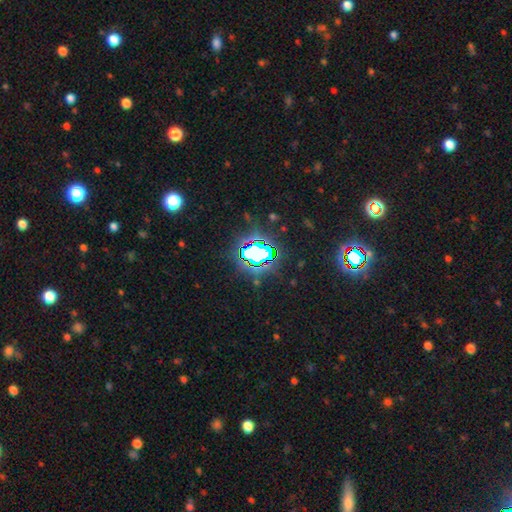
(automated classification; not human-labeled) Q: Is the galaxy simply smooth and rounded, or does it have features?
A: star or artifact — 71%.